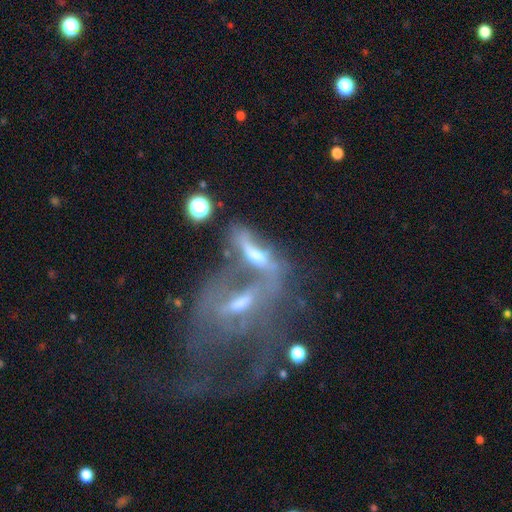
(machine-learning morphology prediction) Smooth or featured?
  - featured or disk: 69% *
  - smooth: 19%
  - star or artifact: 12%
Edge-on disk?
  - no: 73% *
  - yes: 27%
Bar?
  - no: 46% *
  - weak: 31%
  - strong: 24%
Spiral arms?
  - no: 51% *
  - yes: 49%
Bulge size?
  - moderate: 45% *
  - small: 38%
  - none: 10%
  - large: 6%
  - dominant: 2%
Merging?
  - merger: 62% *
  - major disturbance: 17%
  - none: 14%
  - minor disturbance: 8%